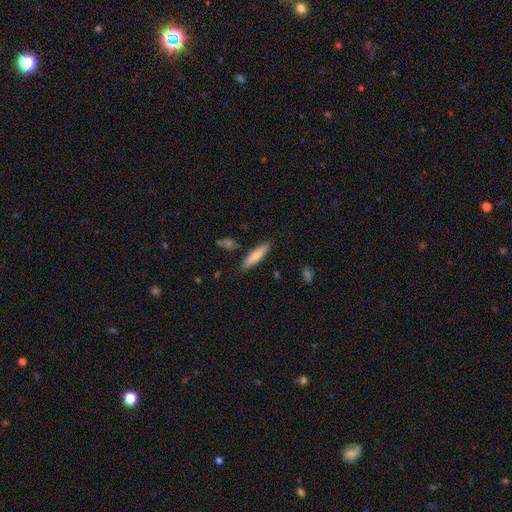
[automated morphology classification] A smooth galaxy with no disk features (67%) that is cigar-shaped (78%). Merging: none (85%).